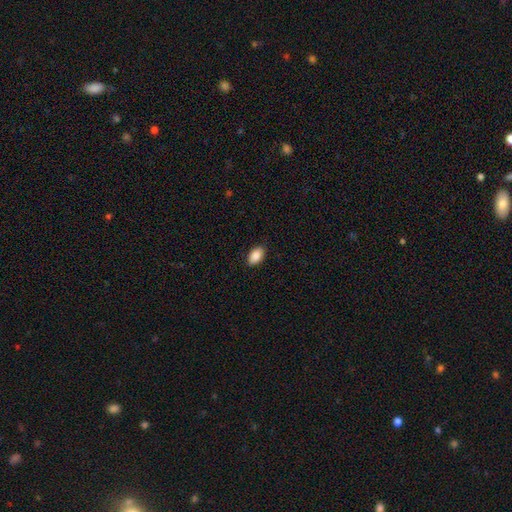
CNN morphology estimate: Smooth or featured? Predicted: smooth (p=0.89). How rounded? Predicted: in between (p=0.93). Merging? Predicted: none (p=0.89).